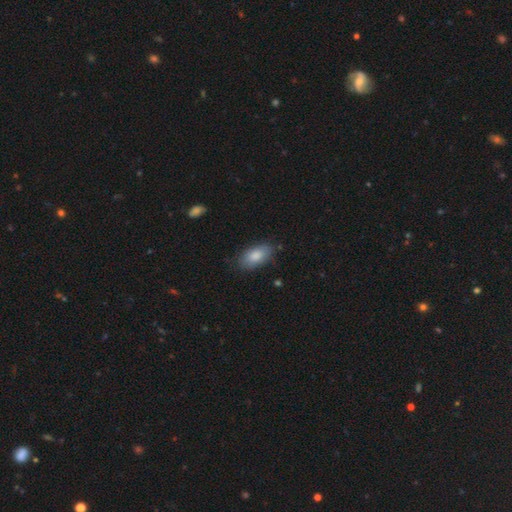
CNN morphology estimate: This appears to be a smooth galaxy with no disk features (85%) that is in between round and cigar-shaped (91%). Merging: none (79%).